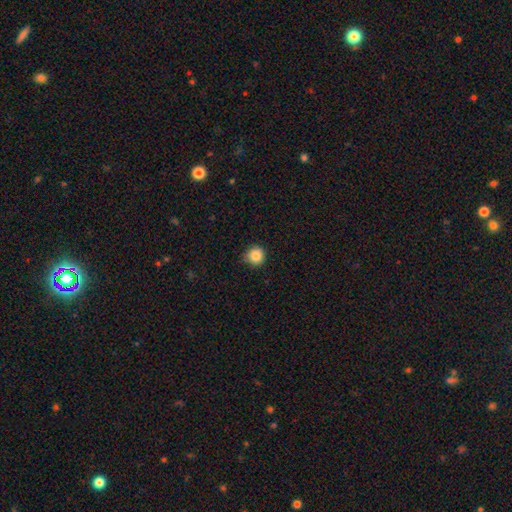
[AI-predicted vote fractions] This is clearly a smooth galaxy (86%). How rounded: clearly round (93%). Merging: clearly none (83%).